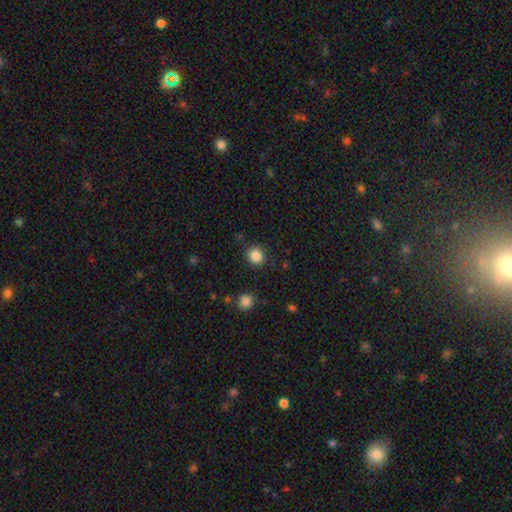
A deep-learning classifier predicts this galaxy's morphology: This appears to be a smooth galaxy with no disk features (85%) that is round (92%). Merging: none (89%).